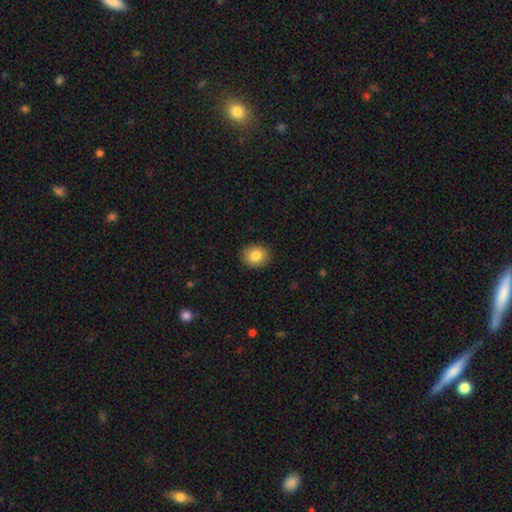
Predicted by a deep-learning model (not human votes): Smooth or featured? Predicted: smooth (p=0.84). How rounded? Predicted: round (p=0.75). Merging? Predicted: none (p=0.91).